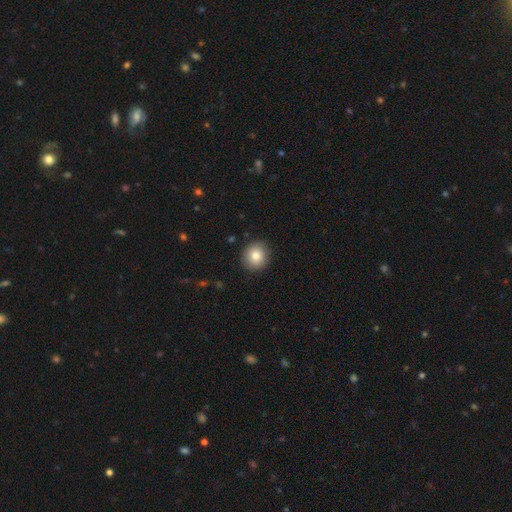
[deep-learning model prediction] Smooth or featured? Predicted: smooth (p=0.82). How rounded? Predicted: round (p=0.85). Merging? Predicted: none (p=0.88).